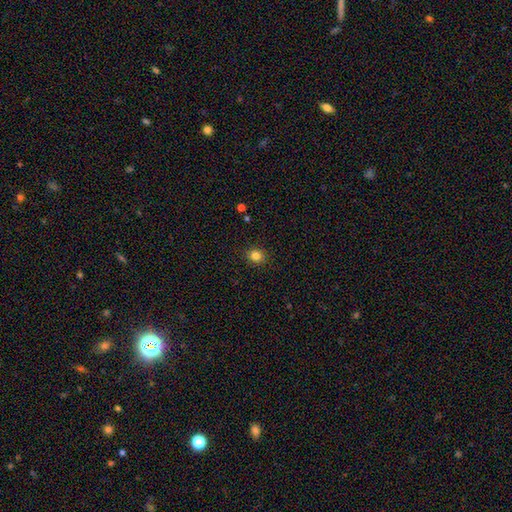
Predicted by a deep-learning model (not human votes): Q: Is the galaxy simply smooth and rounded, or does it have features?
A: smooth — 83%.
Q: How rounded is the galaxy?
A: round — 83%.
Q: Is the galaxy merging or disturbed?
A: none — 91%.